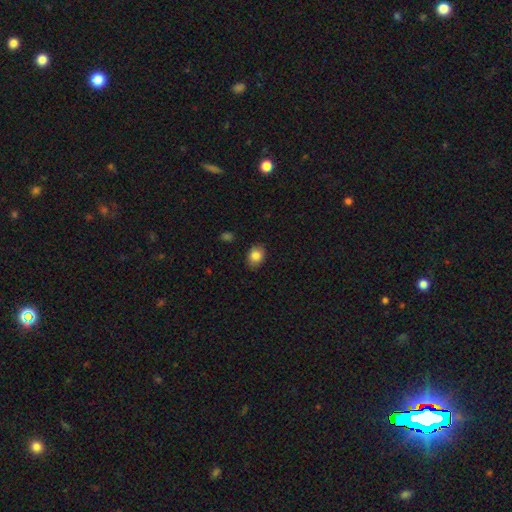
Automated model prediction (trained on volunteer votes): Smooth or featured? Predicted: smooth (p=0.85). How rounded? Predicted: in between (p=0.61). Merging? Predicted: none (p=0.86).